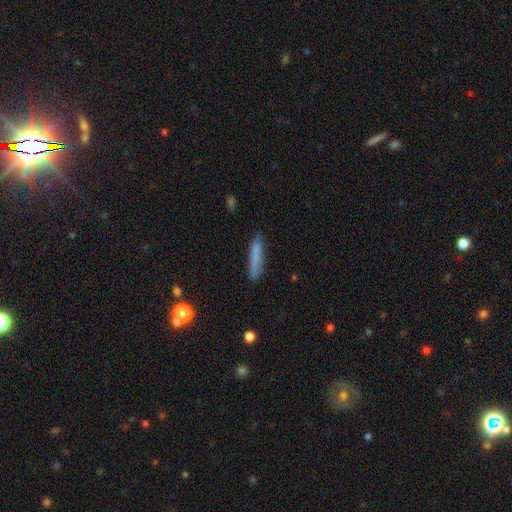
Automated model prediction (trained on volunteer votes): Overall: smooth (76%). How rounded: cigar-shaped (92%). Merging: none (80%).